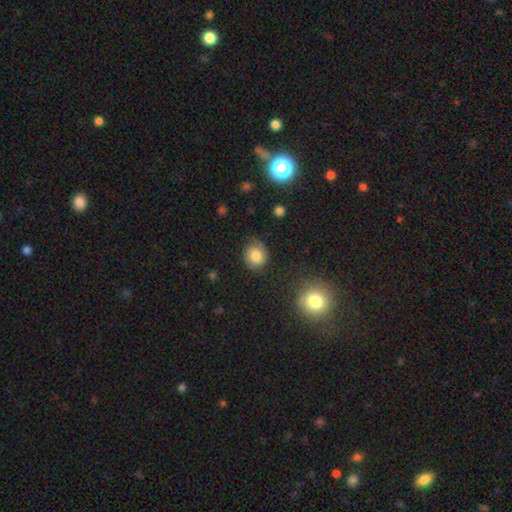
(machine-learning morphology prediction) Smooth or featured: smooth — 68% (featured or disk — 22%)
How rounded: round — 78% (in between — 21%)
Merging: none — 73% (minor disturbance — 19%)